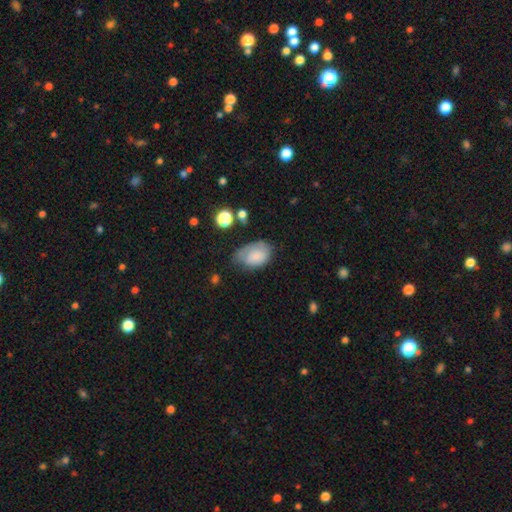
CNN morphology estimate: smooth 75%, featured or disk 17%, star or artifact 8%. Down the decision tree: how rounded — in between (86%); merging — none (43%).